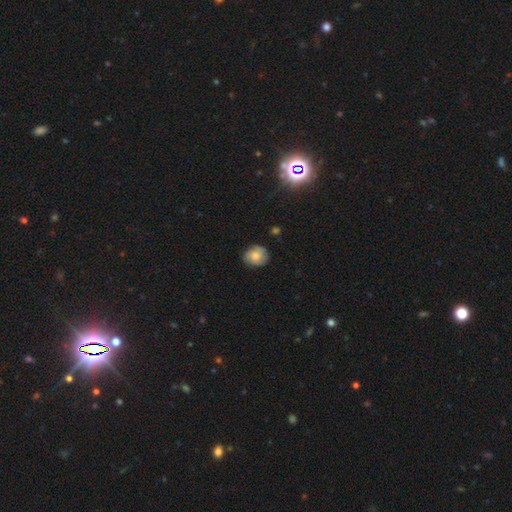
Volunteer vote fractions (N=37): Smooth or featured? 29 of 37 (78%) said smooth. How rounded? 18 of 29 (62%) said round. Merging? 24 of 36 (67%) said none.